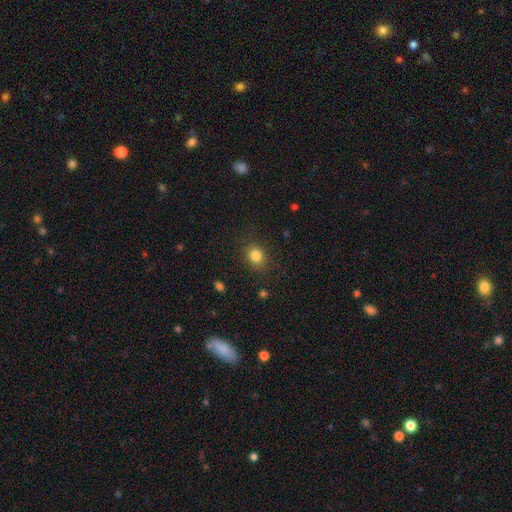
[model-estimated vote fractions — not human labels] Q: Smooth or featured?
A: smooth (83%); runner-up: star or artifact (12%)
Q: How rounded?
A: round (61%); runner-up: in between (38%)
Q: Merging?
A: none (83%); runner-up: minor disturbance (12%)